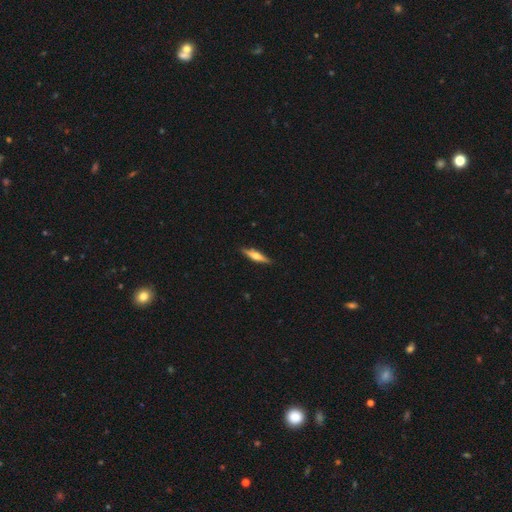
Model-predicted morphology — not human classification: Q: Smooth or featured?
A: featured or disk (55%); runner-up: smooth (40%)
Q: Edge-on disk?
A: yes (96%); runner-up: no (4%)
Q: Edge-on bulge?
A: rounded (88%); runner-up: boxy (7%)
Q: Merging?
A: none (90%); runner-up: minor disturbance (8%)